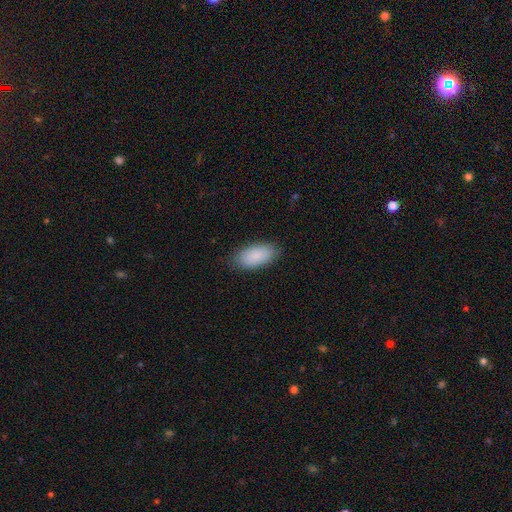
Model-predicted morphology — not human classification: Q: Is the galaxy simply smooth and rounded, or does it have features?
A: smooth — 89%.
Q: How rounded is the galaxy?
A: in between — 93%.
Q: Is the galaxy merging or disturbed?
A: none — 85%.